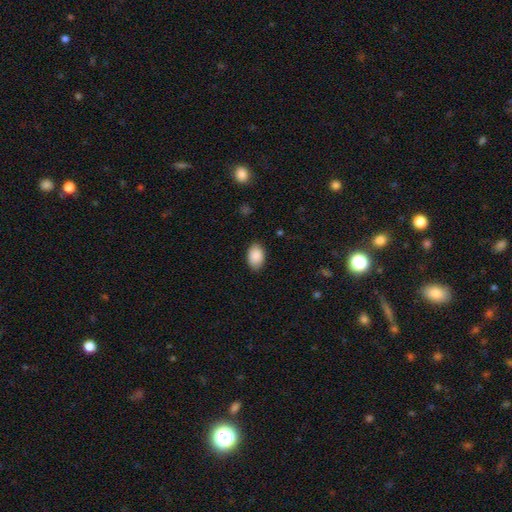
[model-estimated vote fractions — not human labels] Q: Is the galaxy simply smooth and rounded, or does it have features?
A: smooth — 90%.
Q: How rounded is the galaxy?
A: in between — 90%.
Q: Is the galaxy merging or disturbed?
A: none — 85%.